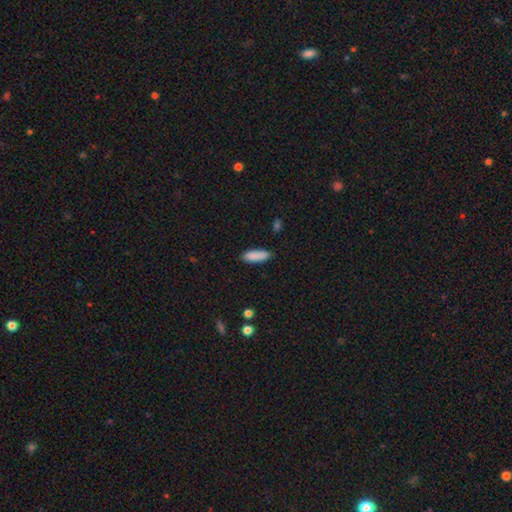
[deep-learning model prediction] Smooth or featured: smooth — 89% (star or artifact — 6%)
How rounded: in between — 59% (cigar-shaped — 40%)
Merging: none — 85% (minor disturbance — 11%)